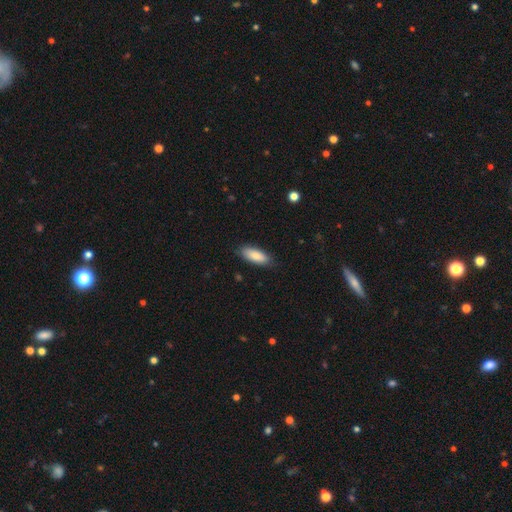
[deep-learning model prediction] Smooth or featured? smooth (88%)
How rounded? in between (75%)
Merging? none (85%)